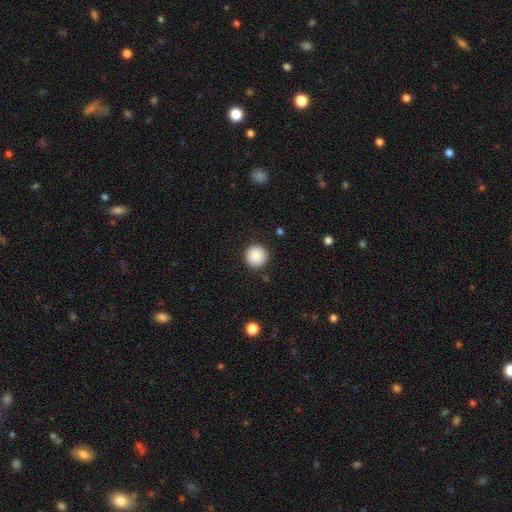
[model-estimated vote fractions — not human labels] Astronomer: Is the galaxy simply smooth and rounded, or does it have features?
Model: smooth — 87%.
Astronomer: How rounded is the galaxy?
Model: round — 96%.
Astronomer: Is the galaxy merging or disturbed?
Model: none — 91%.